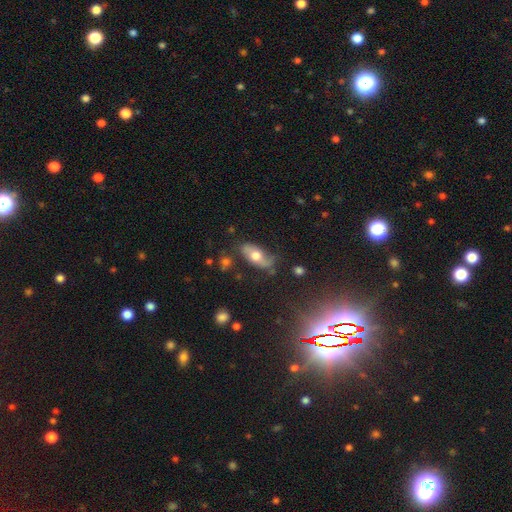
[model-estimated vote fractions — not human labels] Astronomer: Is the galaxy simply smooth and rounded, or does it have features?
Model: smooth — 54% (runner-up: featured or disk, 38%).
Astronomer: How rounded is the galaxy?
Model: in between — 84%.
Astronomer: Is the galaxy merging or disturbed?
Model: none — 62%.